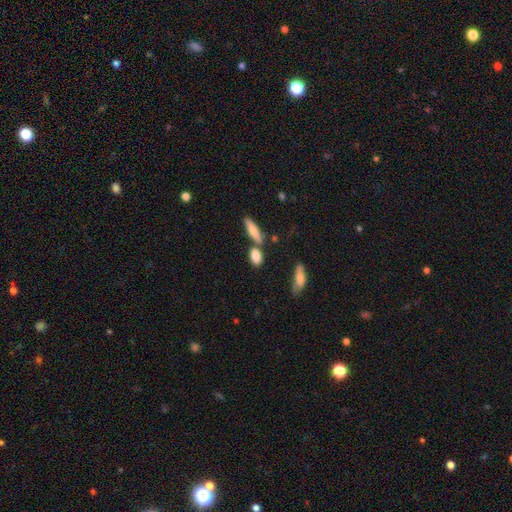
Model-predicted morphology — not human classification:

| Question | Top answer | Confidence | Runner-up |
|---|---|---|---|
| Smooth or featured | smooth | 81% | featured or disk (12%) |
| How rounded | in between | 70% | cigar-shaped (16%) |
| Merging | none | 61% | merger (21%) |